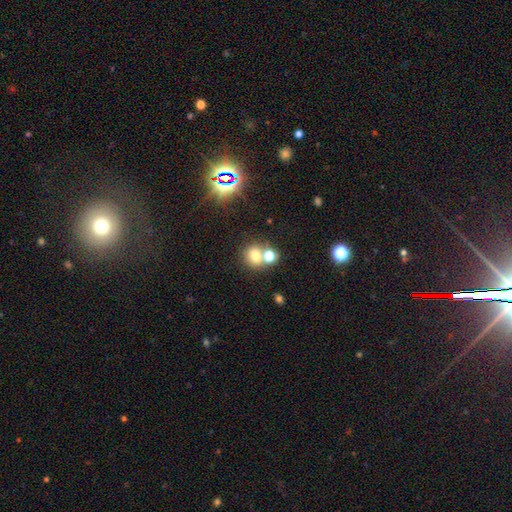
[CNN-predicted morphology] type=smooth (70%); roundness=round (73%); merging=none (46%).